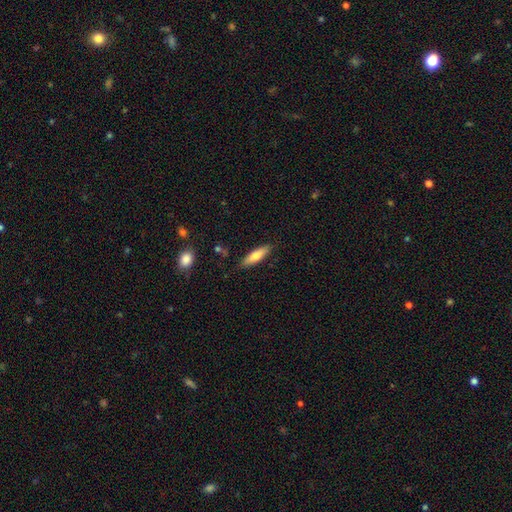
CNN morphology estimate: A smooth galaxy with no disk features (71%) that is cigar-shaped (63%). Merging: none (85%).